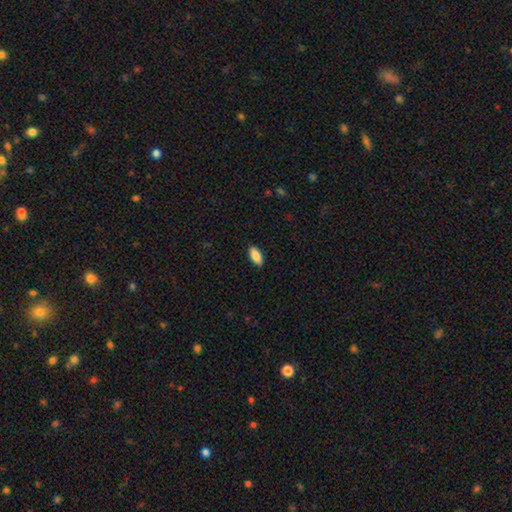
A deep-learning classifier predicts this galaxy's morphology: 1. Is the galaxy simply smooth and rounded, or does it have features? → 87% smooth, 7% featured or disk, 6% star or artifact.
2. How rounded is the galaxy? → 87% in between, 11% cigar-shaped, 2% round.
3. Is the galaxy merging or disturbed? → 90% none, 8% minor disturbance, 2% major disturbance, 1% merger.